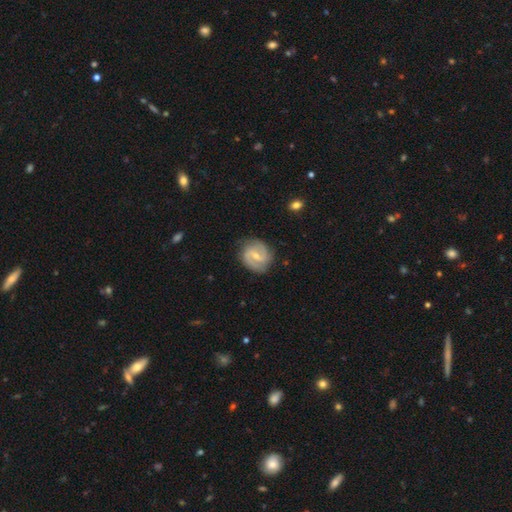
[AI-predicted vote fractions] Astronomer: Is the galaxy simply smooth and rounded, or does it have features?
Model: featured or disk — 80%.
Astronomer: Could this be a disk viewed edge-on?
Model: no — 98%.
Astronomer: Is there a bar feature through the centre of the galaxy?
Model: weak — 57%.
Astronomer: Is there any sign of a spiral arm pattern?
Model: yes — 94%.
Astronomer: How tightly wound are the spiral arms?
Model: medium — 50% (runner-up: tight, 30%).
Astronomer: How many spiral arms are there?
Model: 2 — 87%.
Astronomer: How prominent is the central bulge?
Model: small — 57% (runner-up: moderate, 37%).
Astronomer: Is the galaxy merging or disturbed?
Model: none — 81%.